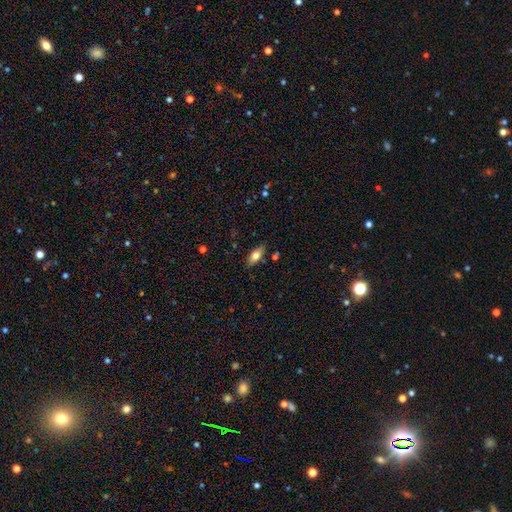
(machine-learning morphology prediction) smooth-or-featured: smooth: 69% | featured or disk: 23% | star or artifact: 7%
  how-rounded: in between: 81% | cigar-shaped: 15% | round: 3%
  merging: none: 82% | minor disturbance: 13% | merger: 3% | major disturbance: 3%